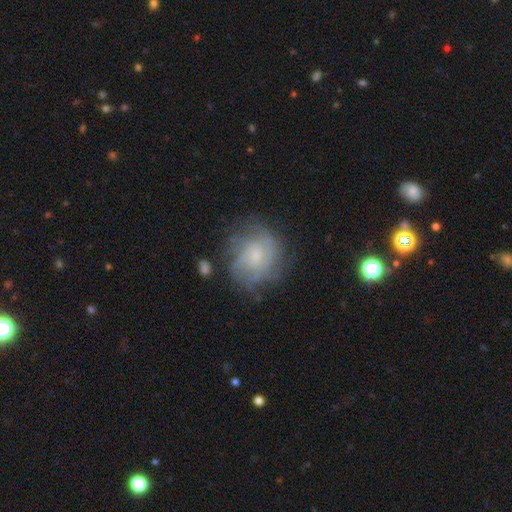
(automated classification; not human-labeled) Smooth or featured? featured or disk (59%)
Edge-on disk? no (97%)
Bar? no (71%)
Spiral arms? yes (76%)
Bulge size? small (54%)
Merging? none (65%)